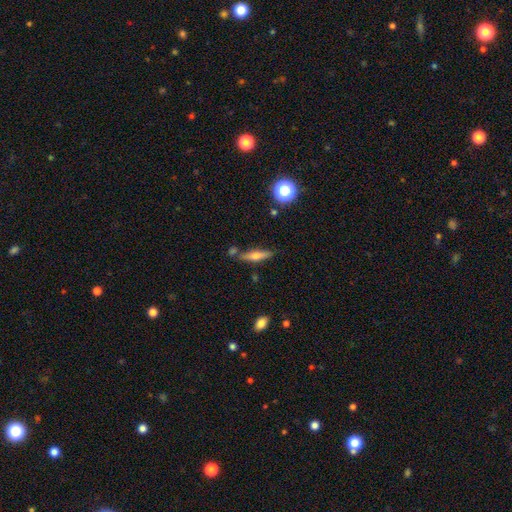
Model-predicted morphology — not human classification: A smooth galaxy with no disk features (47%). Merging: none (76%).